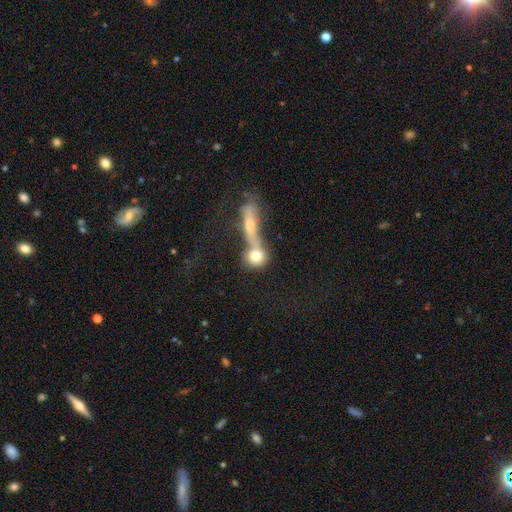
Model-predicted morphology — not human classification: Overall: smooth (74%). How rounded: round (69%). Merging: merger (53%; none 33%).